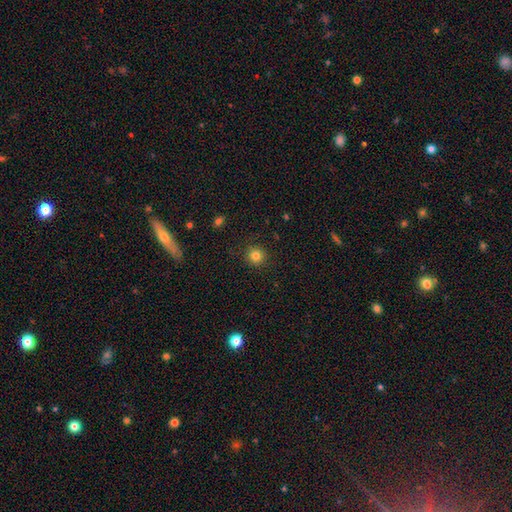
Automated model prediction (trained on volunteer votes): A smooth galaxy with no disk features (82%) that is round (94%). Merging: none (91%).